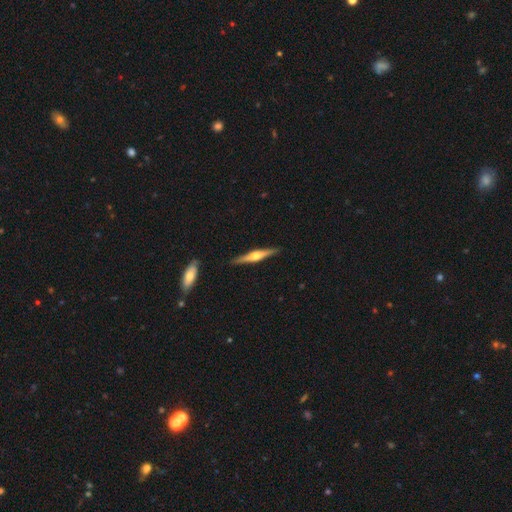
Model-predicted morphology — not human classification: A featured or disk galaxy (75%) viewed edge-on (98%) with a rounded central bulge (92%).

Vote fractions:
- Smooth or featured? featured or disk: 75% / smooth: 20% / star or artifact: 5%
- Edge-on disk? yes: 98% / no: 2%
- Edge-on bulge? rounded: 92% / boxy: 5% / none: 3%
- Merging? none: 89% / minor disturbance: 8% / merger: 2% / major disturbance: 1%